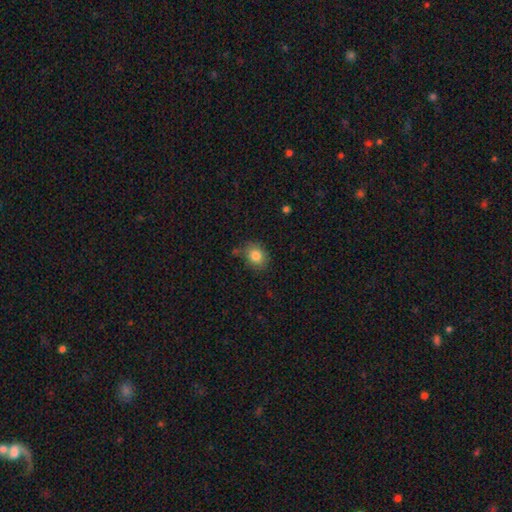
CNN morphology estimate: A smooth galaxy with no disk features (82%) that is round (59%).

Vote fractions:
- Smooth or featured? smooth: 82% / star or artifact: 10% / featured or disk: 8%
- How rounded? round: 59% / in between: 40% / cigar-shaped: 1%
- Merging? none: 75% / minor disturbance: 18% / major disturbance: 4% / merger: 3%